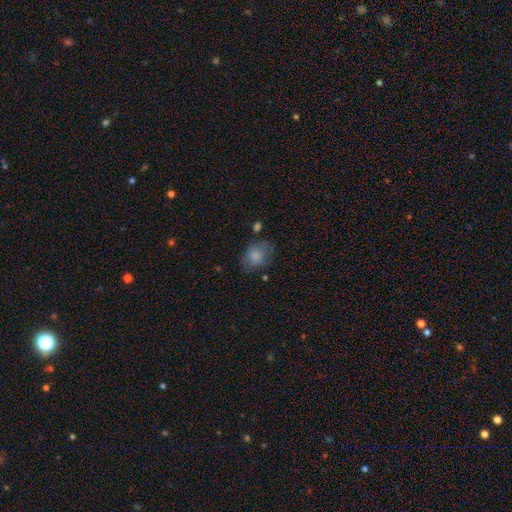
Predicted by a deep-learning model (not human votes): A smooth galaxy with no disk features (75%) that is in between round and cigar-shaped (54%). Merging: none (55%).